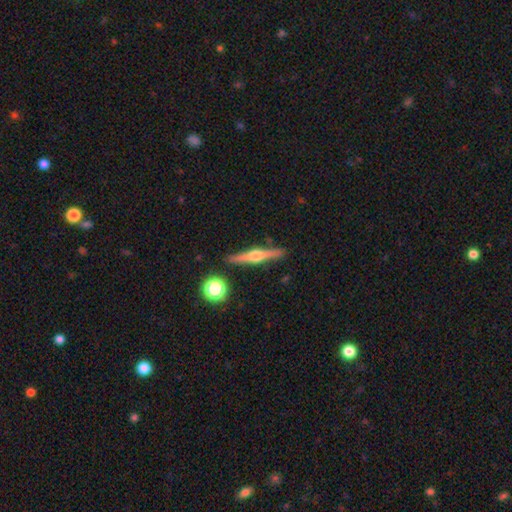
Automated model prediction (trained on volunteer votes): smooth_or_featured: featured or disk (p=0.74) [alt: smooth p=0.19]
disk_edge_on: yes (p=0.98) [alt: no p=0.02]
edge_on_bulge: rounded (p=0.94) [alt: boxy p=0.04]
merging: none (p=0.90) [alt: minor disturbance p=0.07]